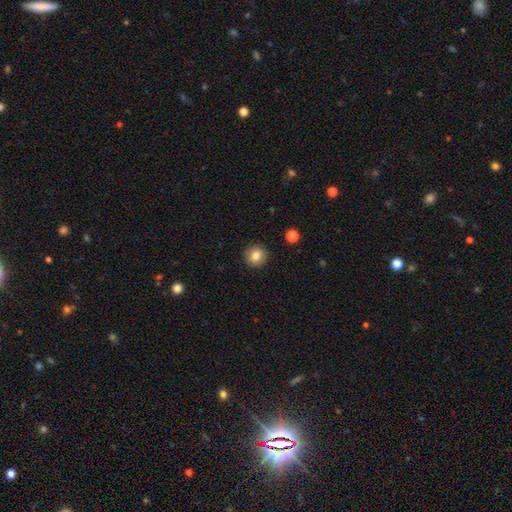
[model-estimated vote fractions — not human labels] A smooth galaxy with no disk features (83%) that is round (91%).

Vote fractions:
- Smooth or featured? smooth: 83% / star or artifact: 9% / featured or disk: 8%
- How rounded? round: 91% / in between: 8% / cigar-shaped: 1%
- Merging? none: 92% / minor disturbance: 5% / major disturbance: 2% / merger: 1%